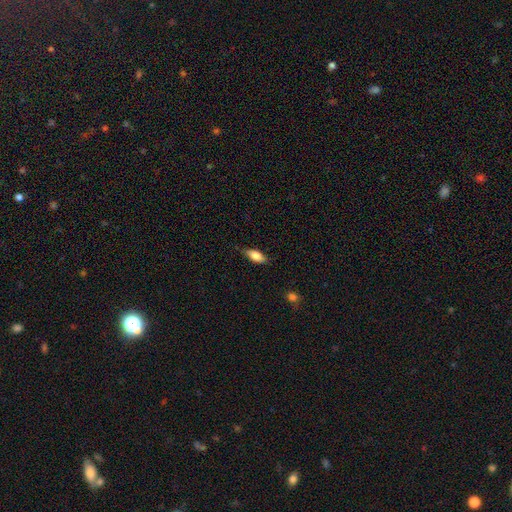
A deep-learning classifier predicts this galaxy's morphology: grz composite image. It shows a smooth galaxy with no disk features (81%) that is in between round and cigar-shaped (82%). Merging: none (78%).